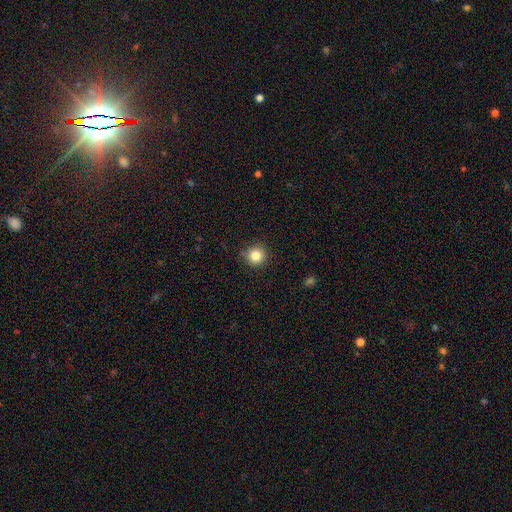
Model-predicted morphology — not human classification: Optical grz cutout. It shows a smooth galaxy with no disk features (84%) that is round (94%). Merging: none (87%).